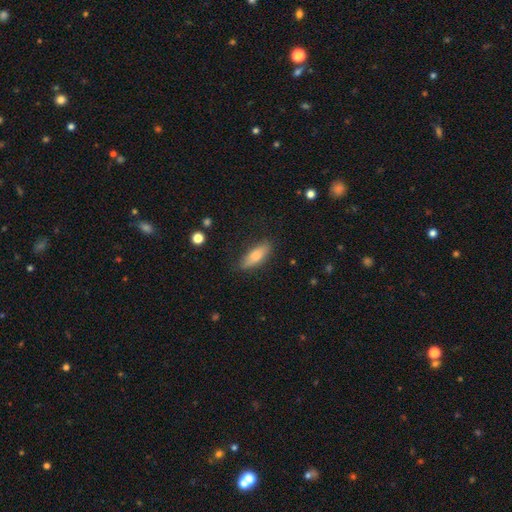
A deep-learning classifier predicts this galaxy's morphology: Q: Smooth or featured?
A: smooth (82%); runner-up: featured or disk (12%)
Q: How rounded?
A: in between (64%); runner-up: cigar-shaped (34%)
Q: Merging?
A: none (80%); runner-up: minor disturbance (15%)